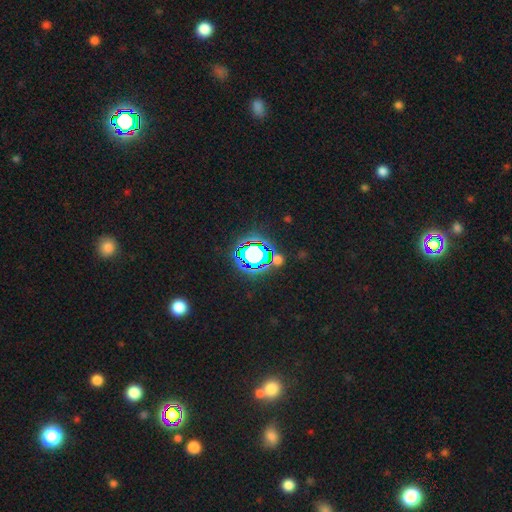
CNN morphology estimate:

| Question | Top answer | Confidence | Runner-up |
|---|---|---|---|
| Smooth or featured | star or artifact | 72% | smooth (18%) |